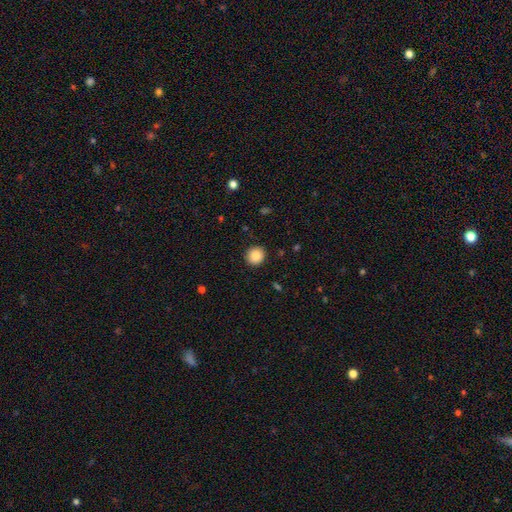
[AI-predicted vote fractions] Morphology: type=smooth (88%); roundness=round (92%); merging=none (92%).